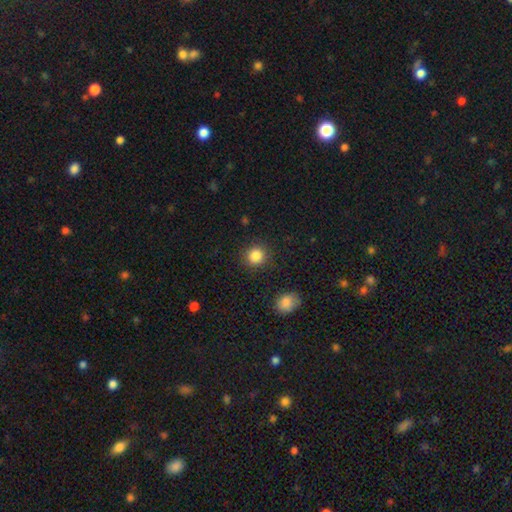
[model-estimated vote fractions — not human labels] Smooth or featured: smooth — 86% (star or artifact — 10%)
How rounded: round — 88% (in between — 11%)
Merging: none — 88% (minor disturbance — 8%)